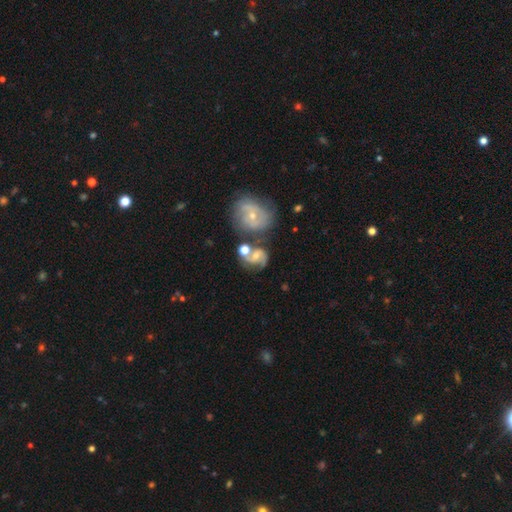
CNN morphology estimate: This appears to be a featured or disk galaxy (75%) with no bar (54%), 2 (82%) medium (54%) spiral arms (92%) and a small central bulge (47%). Merging: none (42%).